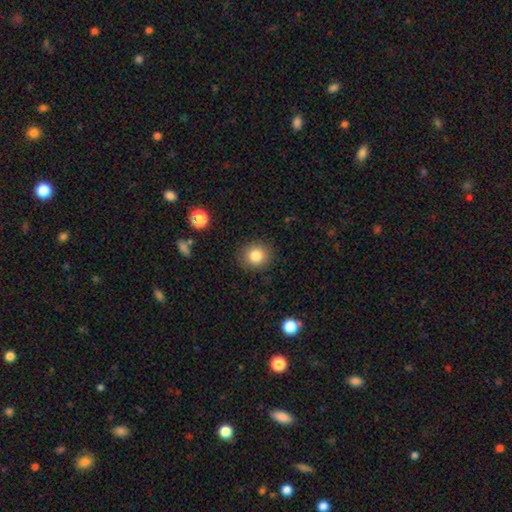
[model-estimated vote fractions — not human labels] Morphology: type=smooth (83%); roundness=round (81%); merging=none (88%).